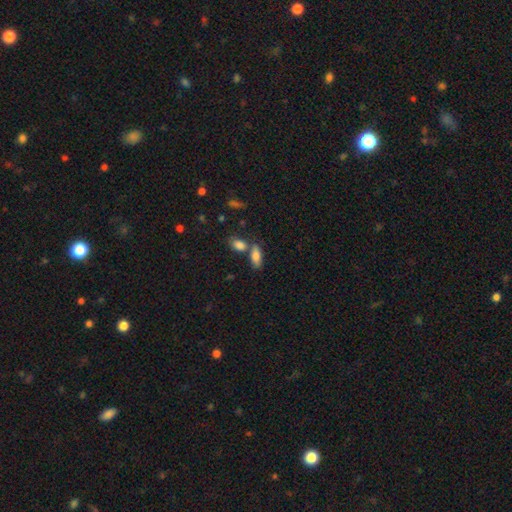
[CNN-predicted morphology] type=smooth (81%); roundness=in between (79%); merging=none (56%).